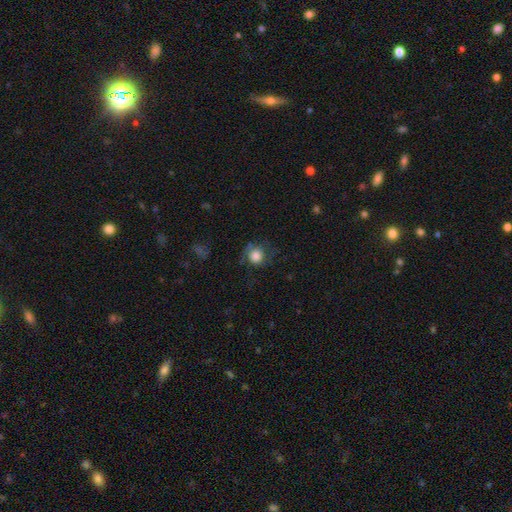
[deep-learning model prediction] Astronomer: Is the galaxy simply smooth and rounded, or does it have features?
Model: smooth — 75%.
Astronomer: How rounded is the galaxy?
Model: round — 87%.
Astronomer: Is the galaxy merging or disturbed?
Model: none — 58%.